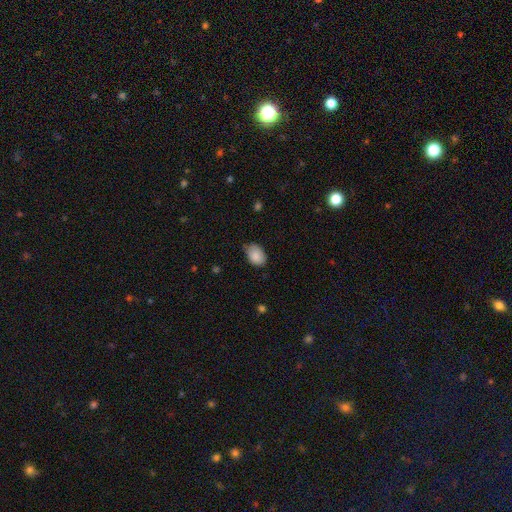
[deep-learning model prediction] Smooth or featured? smooth (87%)
How rounded? in between (81%)
Merging? none (62%)